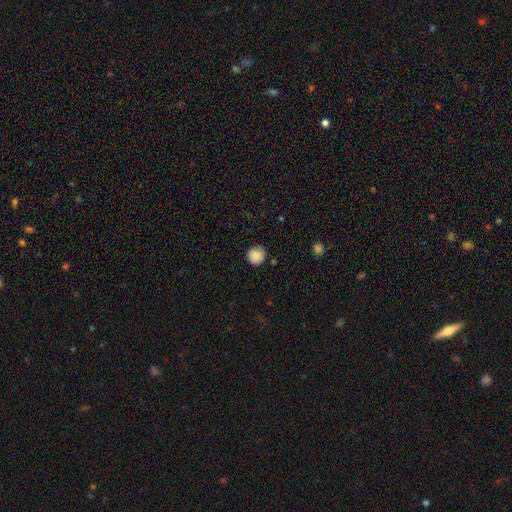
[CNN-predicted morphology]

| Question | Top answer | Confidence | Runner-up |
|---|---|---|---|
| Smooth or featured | smooth | 88% | star or artifact (8%) |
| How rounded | round | 93% | in between (6%) |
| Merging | none | 84% | minor disturbance (12%) |